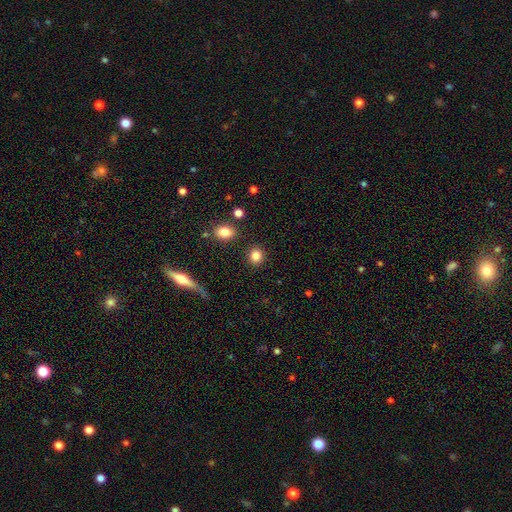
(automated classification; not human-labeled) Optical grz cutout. It shows a smooth galaxy with no disk features (84%) that is round (83%). Merging: none (89%).